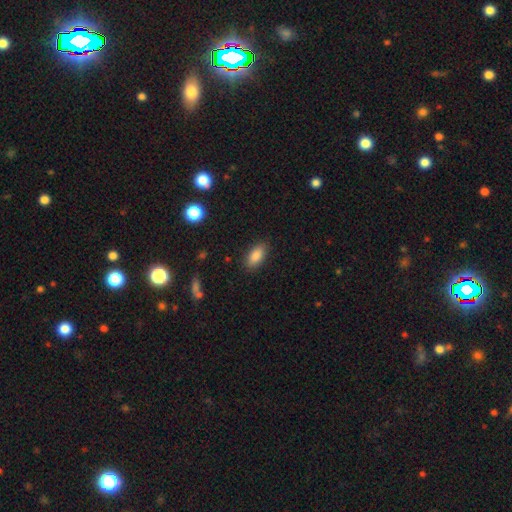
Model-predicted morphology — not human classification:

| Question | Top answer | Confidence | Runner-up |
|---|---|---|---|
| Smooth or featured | smooth | 87% | star or artifact (8%) |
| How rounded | in between | 89% | cigar-shaped (8%) |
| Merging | none | 86% | minor disturbance (10%) |